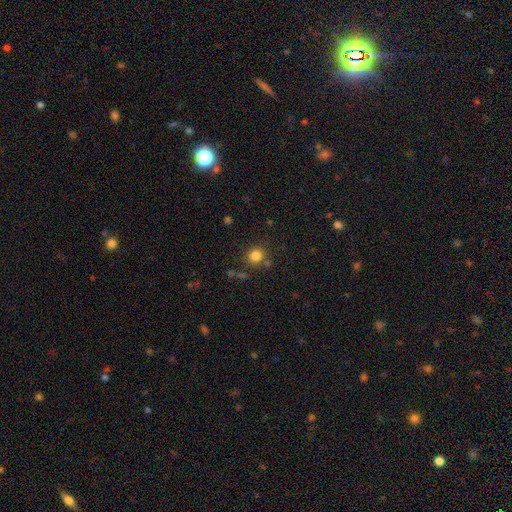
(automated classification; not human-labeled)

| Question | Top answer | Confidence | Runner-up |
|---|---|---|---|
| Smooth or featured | smooth | 82% | star or artifact (13%) |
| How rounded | round | 86% | in between (13%) |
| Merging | none | 80% | minor disturbance (10%) |